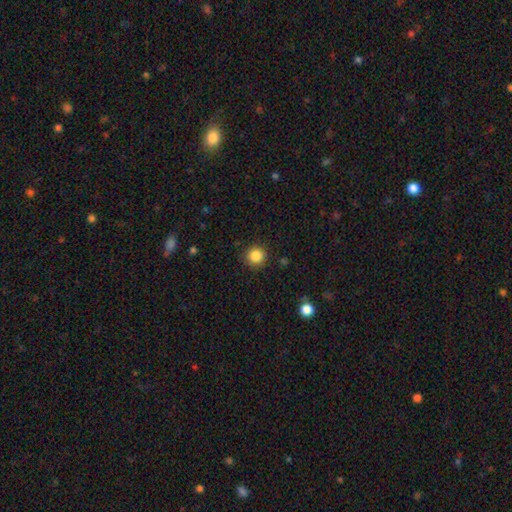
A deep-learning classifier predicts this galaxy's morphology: This appears to be a smooth galaxy with no disk features (85%) that is round (95%). Merging: none (90%).